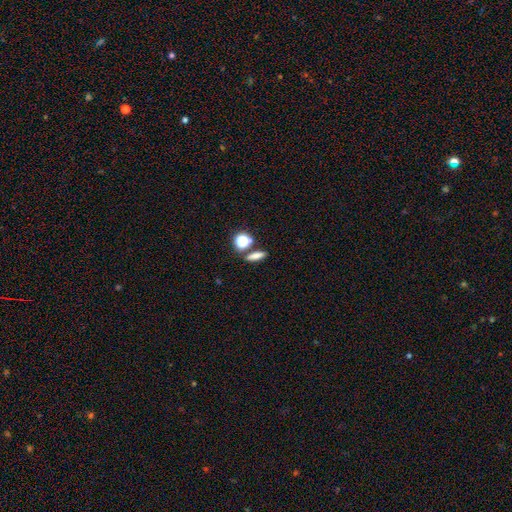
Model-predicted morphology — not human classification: This is likely a smooth galaxy (72%). How rounded: marginally cigar-shaped (44%). Merging: likely none (74%).